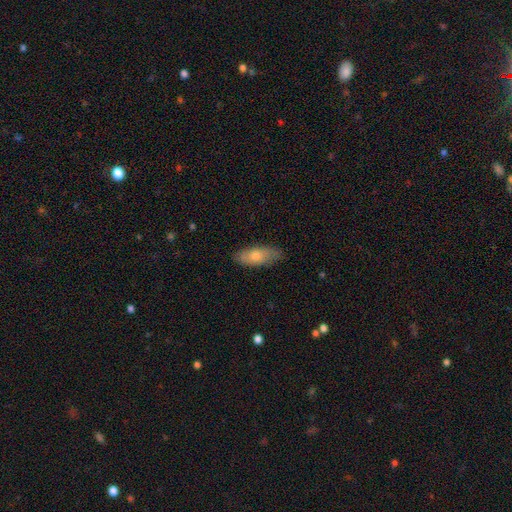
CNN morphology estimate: Smooth or featured? Predicted: smooth (p=0.69). How rounded? Predicted: in between (p=0.68). Merging? Predicted: none (p=0.85).